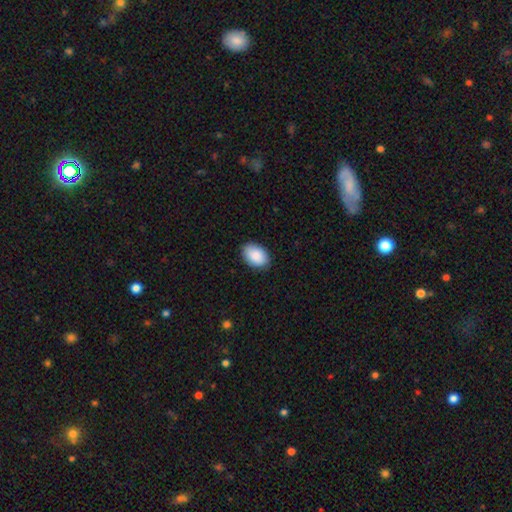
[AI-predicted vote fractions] This appears to be a smooth galaxy with no disk features (90%) that is in between round and cigar-shaped (87%). Merging: none (87%).